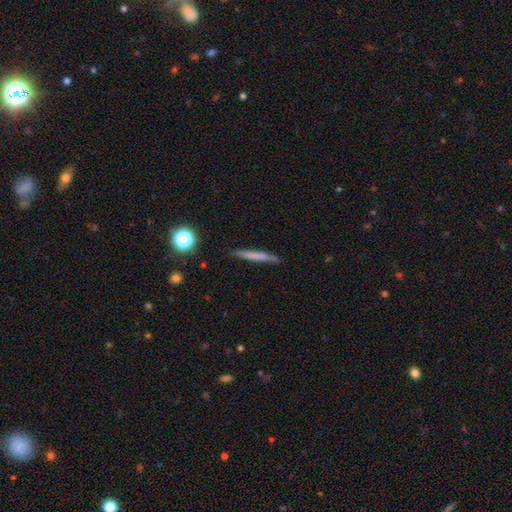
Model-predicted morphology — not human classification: This appears to be a smooth galaxy with no disk features (61%) that is cigar-shaped (94%). Merging: none (88%).